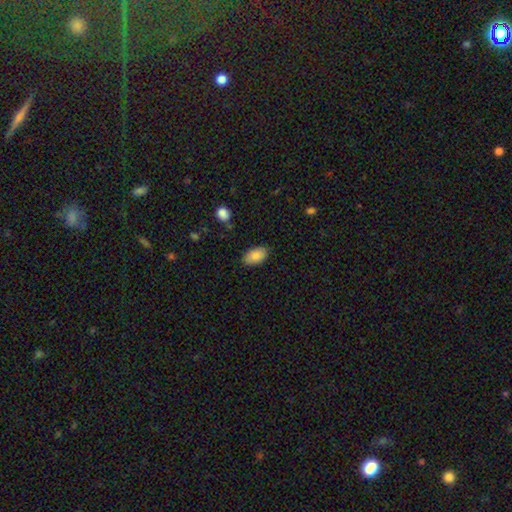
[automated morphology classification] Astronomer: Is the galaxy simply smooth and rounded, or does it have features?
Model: smooth — 82%.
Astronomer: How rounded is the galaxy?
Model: in between — 93%.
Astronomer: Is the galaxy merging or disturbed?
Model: none — 82%.